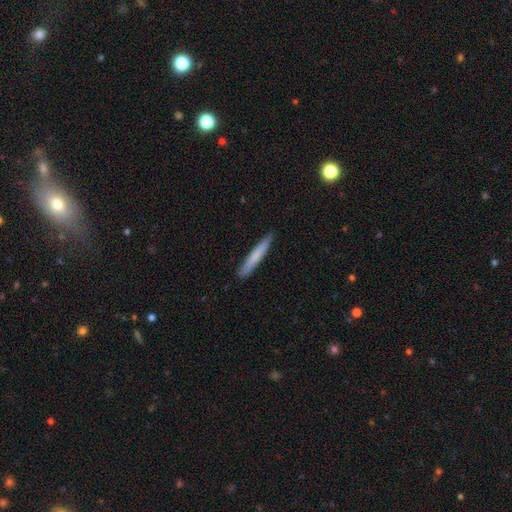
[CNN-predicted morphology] Overall: smooth (71%). How rounded: cigar-shaped (96%). Merging: none (90%).